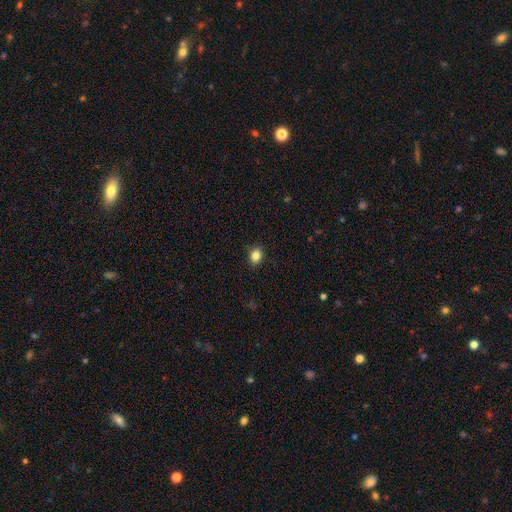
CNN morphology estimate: This is clearly a smooth galaxy (85%). How rounded: likely in between (60%). Merging: clearly none (88%).